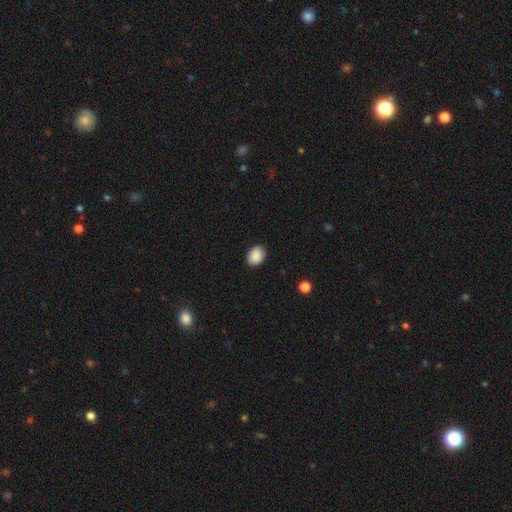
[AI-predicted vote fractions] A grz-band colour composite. It shows a smooth galaxy with no disk features (89%) that is in between round and cigar-shaped (64%). Merging: none (88%).